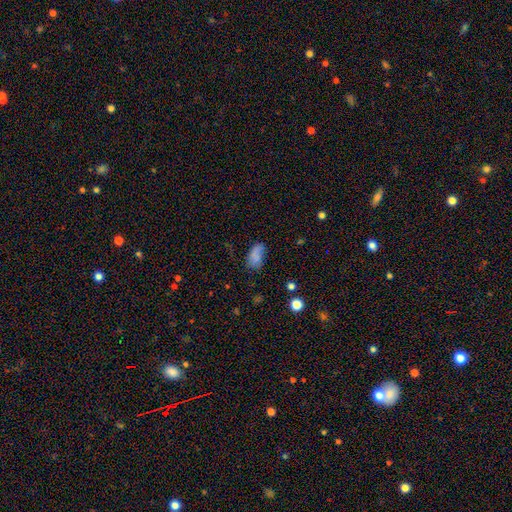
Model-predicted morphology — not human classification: Overall: smooth (76%). How rounded: in between (91%). Merging: none (54%; minor disturbance 29%).